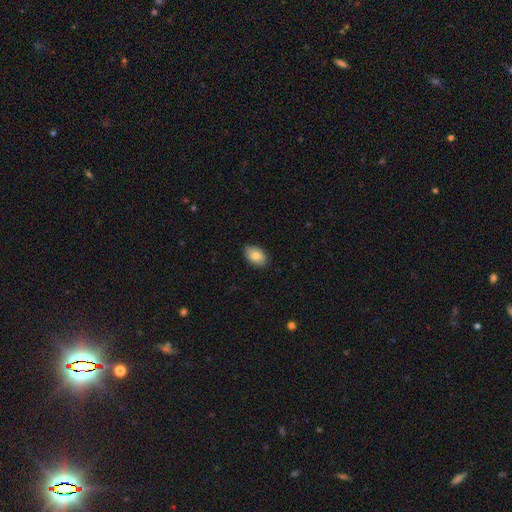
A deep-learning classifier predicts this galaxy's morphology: A smooth galaxy with no disk features (83%) that is in between round and cigar-shaped (88%). Merging: none (86%).